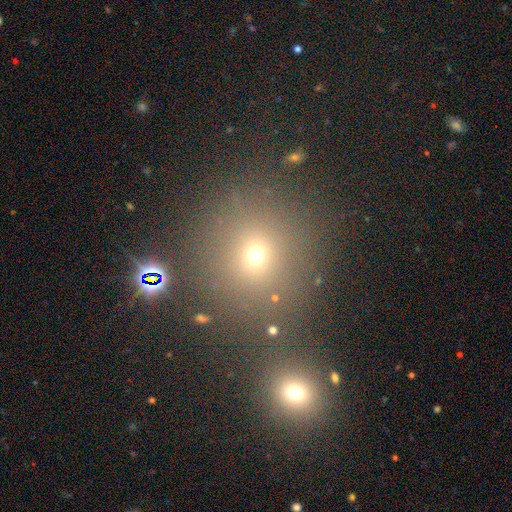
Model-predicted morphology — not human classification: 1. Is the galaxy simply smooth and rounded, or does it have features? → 60% smooth, 31% star or artifact, 10% featured or disk.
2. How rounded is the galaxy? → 89% round, 10% in between, 1% cigar-shaped.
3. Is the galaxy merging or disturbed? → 77% none, 11% merger, 8% minor disturbance, 4% major disturbance.